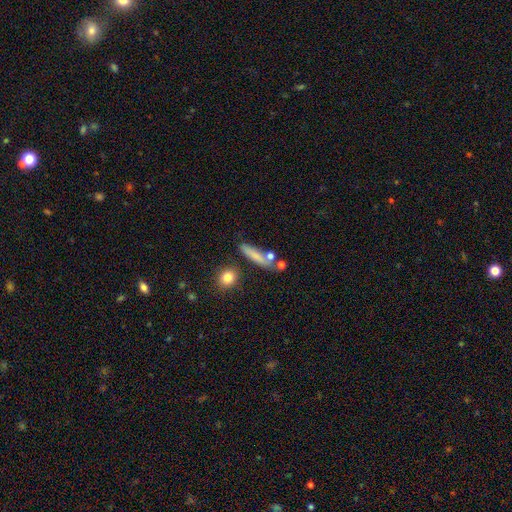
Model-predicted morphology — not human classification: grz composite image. It shows a smooth galaxy with no disk features (71%) that is cigar-shaped (74%). Merging: none (66%).